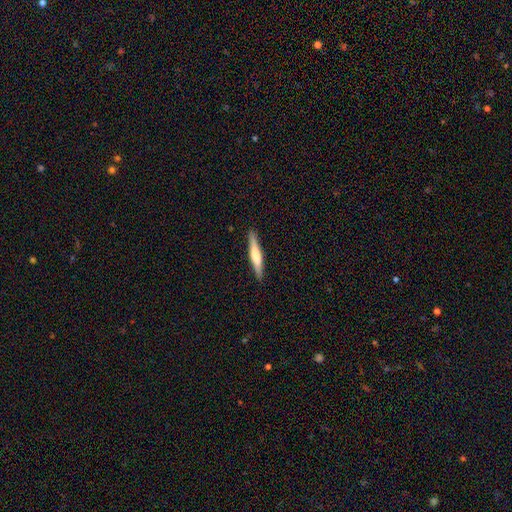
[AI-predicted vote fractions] smooth_or_featured: smooth (p=0.51) [alt: featured or disk p=0.44]
how_rounded: cigar-shaped (p=0.92) [alt: in between p=0.07]
merging: none (p=0.90) [alt: minor disturbance p=0.07]